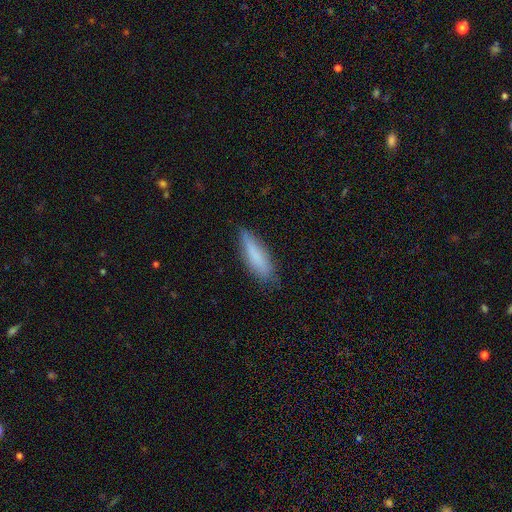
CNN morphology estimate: Q: Smooth or featured?
A: smooth (79%); runner-up: featured or disk (15%)
Q: How rounded?
A: cigar-shaped (66%); runner-up: in between (33%)
Q: Merging?
A: none (78%); runner-up: minor disturbance (18%)